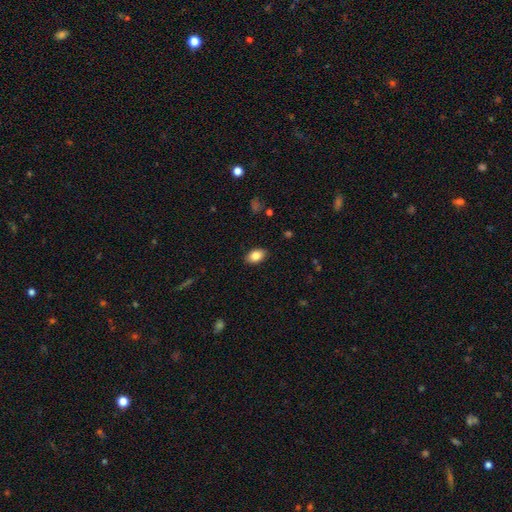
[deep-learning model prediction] Morphology: type=smooth (85%); roundness=in between (89%); merging=none (88%).